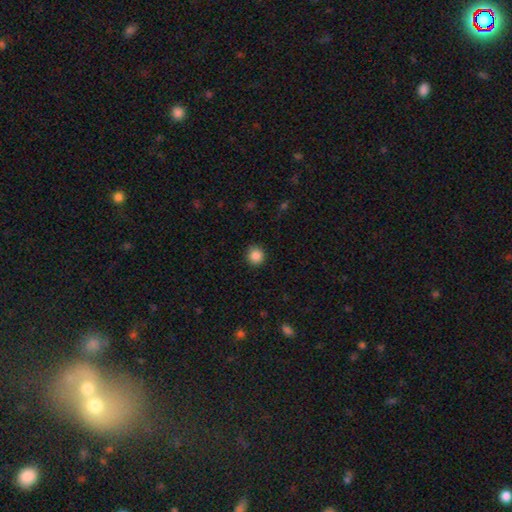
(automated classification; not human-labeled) This is clearly a smooth galaxy (87%). How rounded: clearly round (93%). Merging: clearly none (91%).